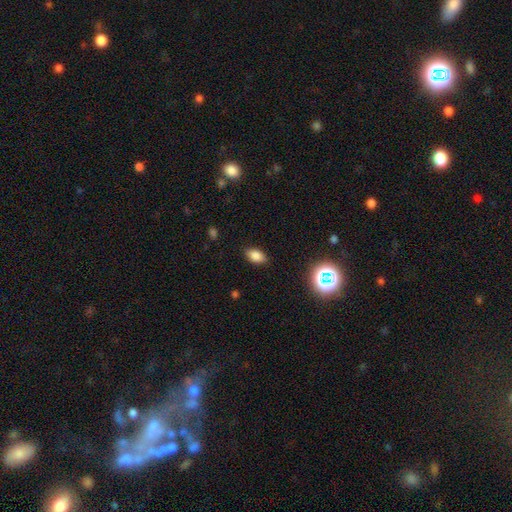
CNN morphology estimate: Q: Smooth or featured?
A: smooth (82%); runner-up: star or artifact (11%)
Q: How rounded?
A: in between (88%); runner-up: round (9%)
Q: Merging?
A: none (85%); runner-up: minor disturbance (11%)